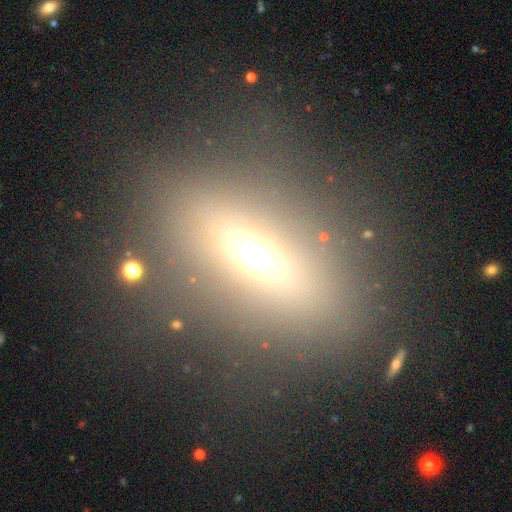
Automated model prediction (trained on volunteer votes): Q: Smooth or featured?
A: smooth (49%); runner-up: featured or disk (28%)
Q: Merging?
A: none (76%); runner-up: minor disturbance (11%)